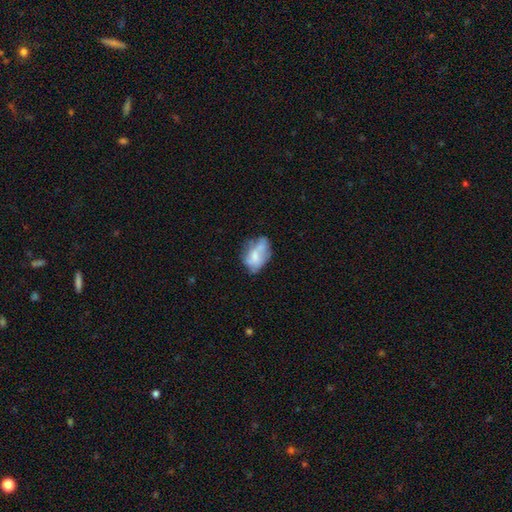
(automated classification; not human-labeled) The model was most divided on "merging": none: 38%, minor disturbance: 30%, major disturbance: 20%, merger: 12%. More confident: how rounded — in between (86%); smooth or featured — smooth (56%).